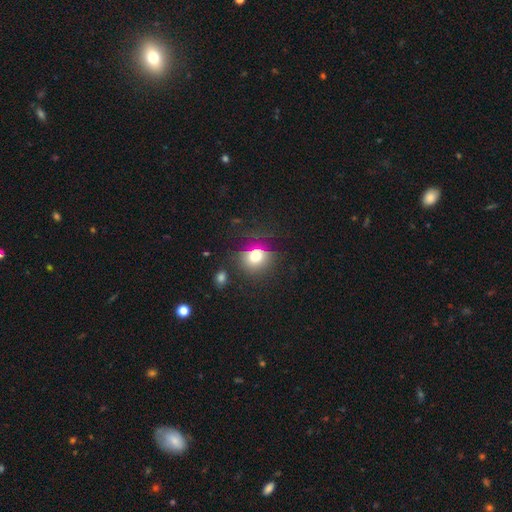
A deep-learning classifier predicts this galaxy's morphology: smooth 73%, star or artifact 16%, featured or disk 10%. Down the decision tree: how rounded — round (78%); merging — none (75%).